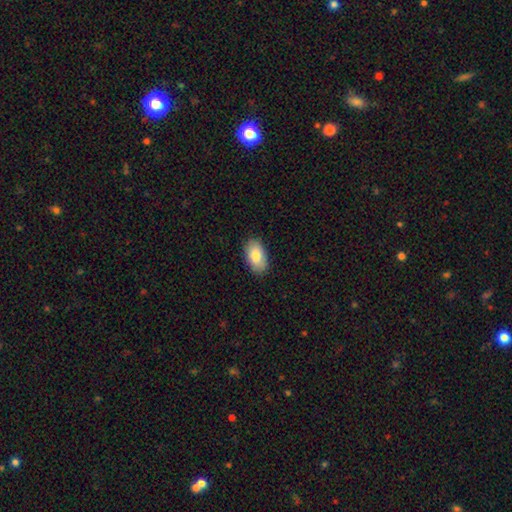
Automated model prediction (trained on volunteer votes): smooth-or-featured: smooth: 81% | featured or disk: 12% | star or artifact: 7%
  how-rounded: in between: 93% | round: 5% | cigar-shaped: 2%
  merging: none: 86% | minor disturbance: 11% | major disturbance: 2% | merger: 1%